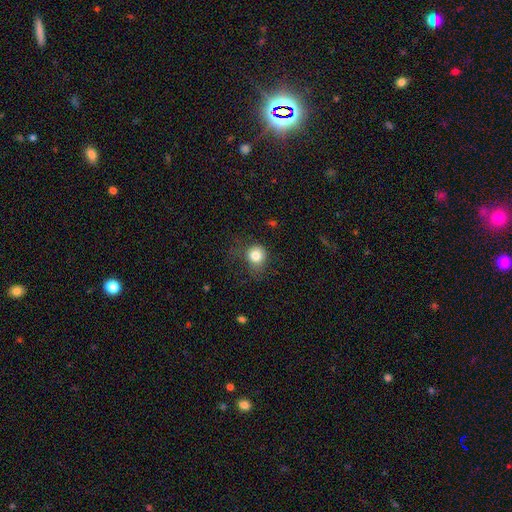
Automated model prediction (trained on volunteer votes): Smooth or featured: smooth — 80% (star or artifact — 11%)
How rounded: round — 80% (in between — 19%)
Merging: none — 56% (minor disturbance — 27%)